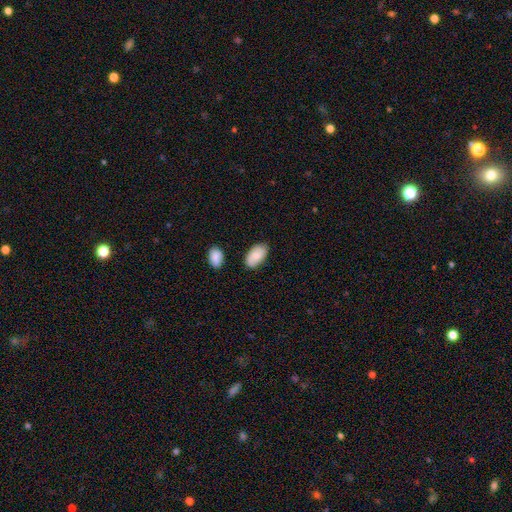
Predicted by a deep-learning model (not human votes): A smooth galaxy with no disk features (72%) that is in between round and cigar-shaped (94%).

Vote fractions:
- Smooth or featured? smooth: 72% / featured or disk: 21% / star or artifact: 7%
- How rounded? in between: 94% / round: 5% / cigar-shaped: 2%
- Merging? none: 73% / minor disturbance: 19% / merger: 4% / major disturbance: 4%